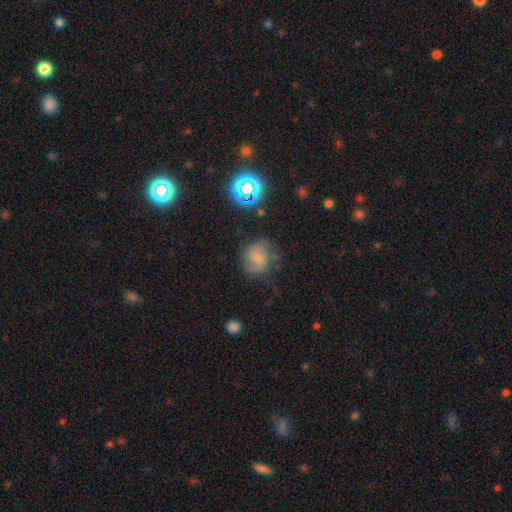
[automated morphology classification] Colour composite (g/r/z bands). It shows a featured or disk galaxy (44%). Merging: none (66%).